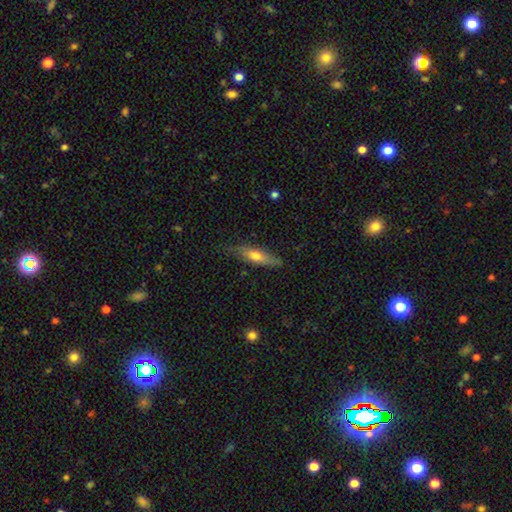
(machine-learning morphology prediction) smooth_or_featured: smooth (p=0.55) [alt: featured or disk p=0.39]
how_rounded: cigar-shaped (p=0.61) [alt: in between p=0.36]
merging: none (p=0.74) [alt: minor disturbance p=0.21]